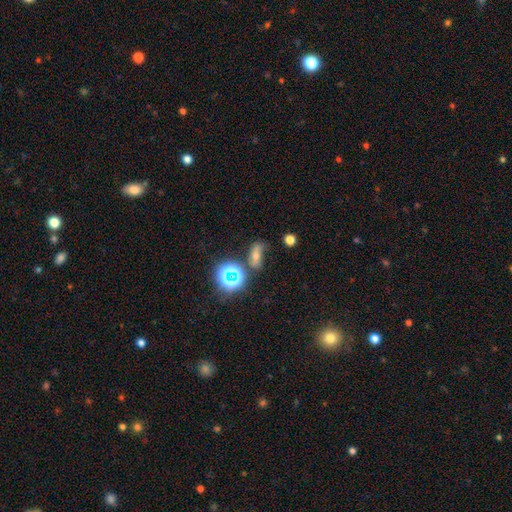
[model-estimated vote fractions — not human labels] Smooth or featured?
  - smooth: 47% *
  - star or artifact: 29%
  - featured or disk: 25%
Merging?
  - none: 55% *
  - minor disturbance: 23%
  - major disturbance: 13%
  - merger: 9%